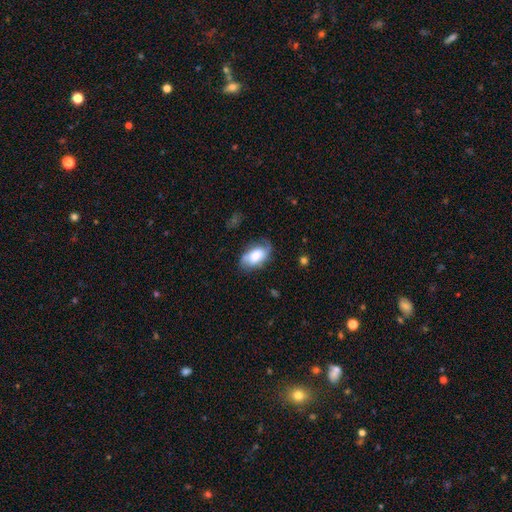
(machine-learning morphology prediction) A smooth galaxy with no disk features (59%) that is in between round and cigar-shaped (92%). Merging: none (53%).